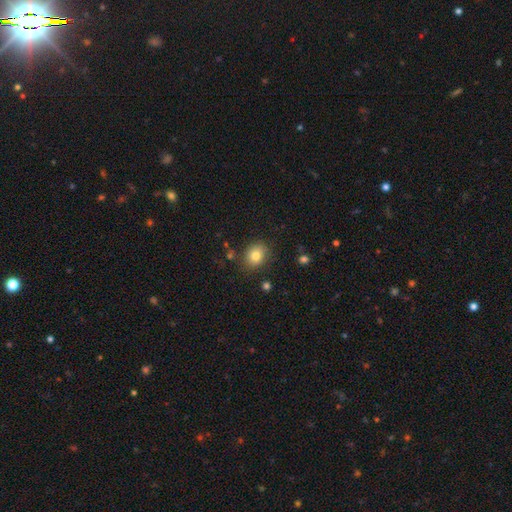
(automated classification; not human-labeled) smooth_or_featured: smooth (p=0.81) [alt: star or artifact p=0.11]
how_rounded: round (p=0.56) [alt: in between p=0.43]
merging: none (p=0.82) [alt: minor disturbance p=0.12]